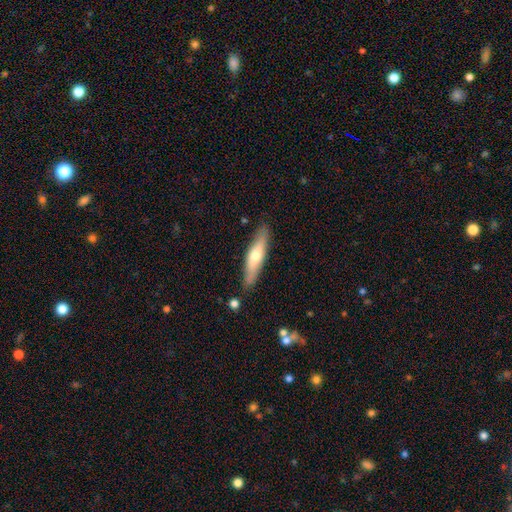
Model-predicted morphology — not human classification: smooth-or-featured: smooth: 53% | featured or disk: 41% | star or artifact: 6%
  how-rounded: cigar-shaped: 78% | in between: 21% | round: 2%
  merging: none: 83% | minor disturbance: 12% | merger: 2% | major disturbance: 2%